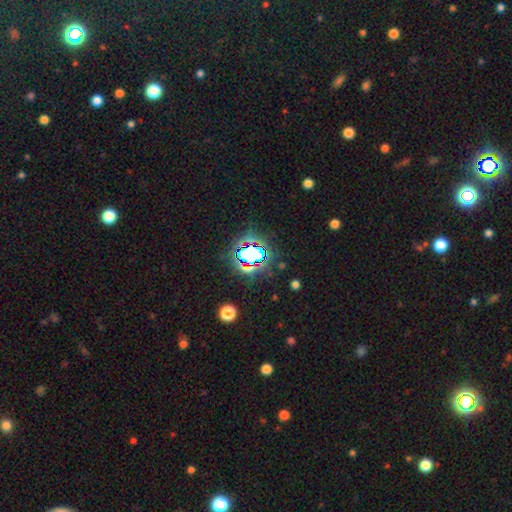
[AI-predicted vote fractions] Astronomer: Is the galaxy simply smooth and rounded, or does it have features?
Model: star or artifact — 66%.